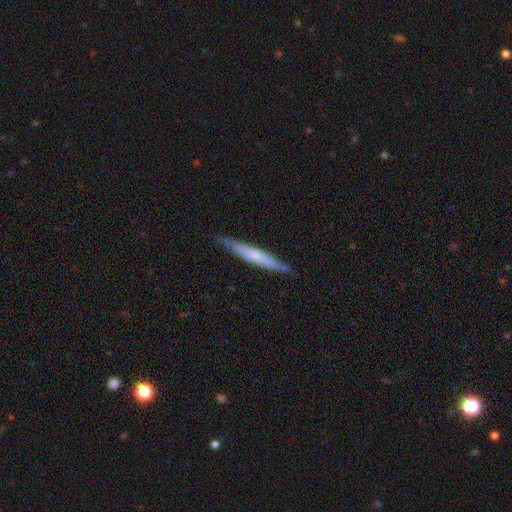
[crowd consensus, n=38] Q: Smooth or featured?
A: smooth (58%); runner-up: featured or disk (42%)
Q: How rounded?
A: cigar-shaped (100%)
Q: Merging?
A: none (92%); runner-up: minor disturbance (8%)